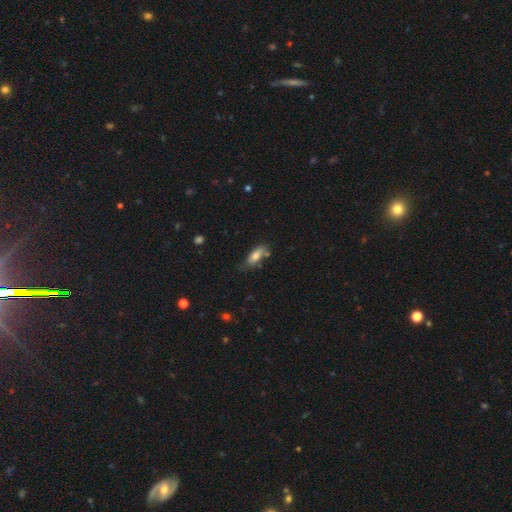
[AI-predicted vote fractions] A smooth galaxy with no disk features (76%) that is in between round and cigar-shaped (80%). Merging: none (59%).